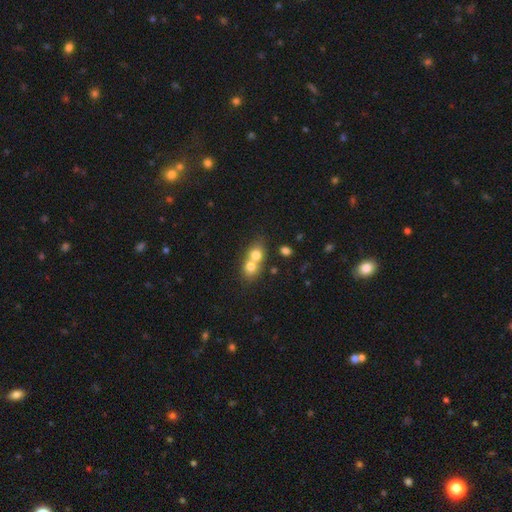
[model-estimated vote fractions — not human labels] smooth 72%, featured or disk 18%, star or artifact 10%. Down the decision tree: how rounded — round (65%); merging — merger (73%).